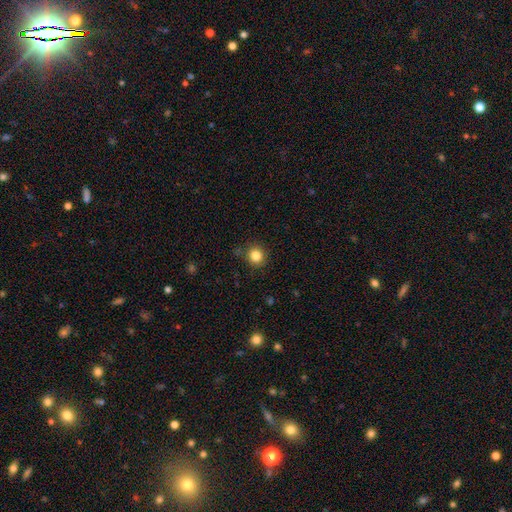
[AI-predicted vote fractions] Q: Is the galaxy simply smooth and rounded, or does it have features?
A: smooth — 84%.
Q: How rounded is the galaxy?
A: round — 91%.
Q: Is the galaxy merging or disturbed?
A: none — 86%.